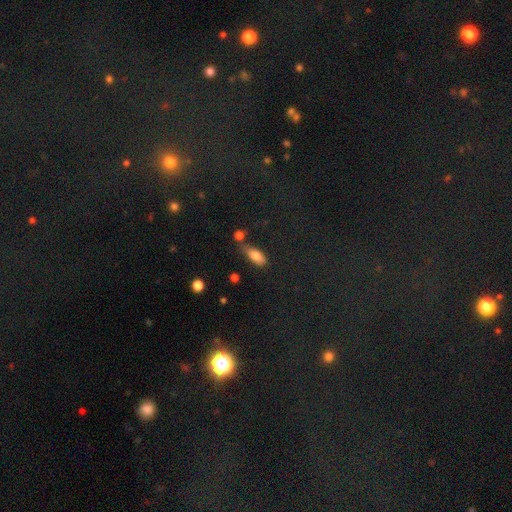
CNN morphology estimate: A smooth galaxy with no disk features (77%) that is in between round and cigar-shaped (80%). Merging: none (54%).